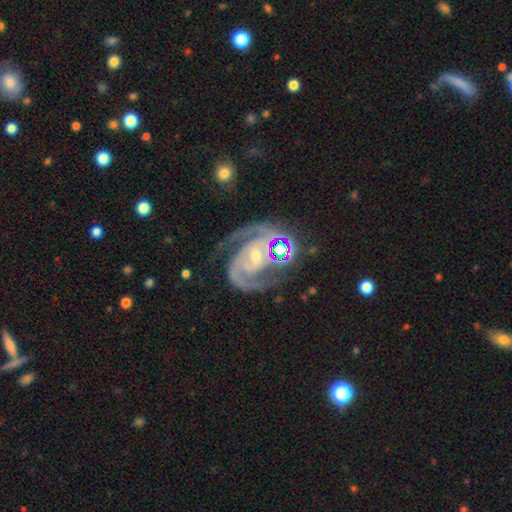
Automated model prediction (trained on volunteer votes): A featured or disk galaxy (91%) with a weak bar (39%), 2 (84%) medium (47%) spiral arms (98%) and a small central bulge (60%).

Vote fractions:
- Smooth or featured? featured or disk: 91% / star or artifact: 6% / smooth: 3%
- Edge-on disk? no: 98% / yes: 2%
- Bar? weak: 39% / no: 37% / strong: 25%
- Spiral arms? yes: 98% / no: 2%
- Spiral winding? medium: 47% / tight: 46% / loose: 8%
- Spiral arm count? 2: 84% / 3: 7% / can't tell: 4% / 1: 2% / 4: 2% / more than 4: 2%
- Bulge size? small: 60% / moderate: 35% / none: 2% / large: 2% / dominant: 1%
- Merging? none: 64% / minor disturbance: 18% / major disturbance: 11% / merger: 7%